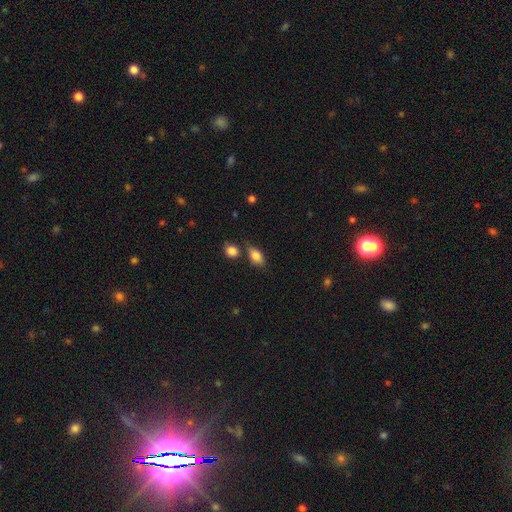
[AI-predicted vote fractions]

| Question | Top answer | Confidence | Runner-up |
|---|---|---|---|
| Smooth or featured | smooth | 81% | featured or disk (10%) |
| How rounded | in between | 83% | round (11%) |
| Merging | none | 64% | minor disturbance (19%) |